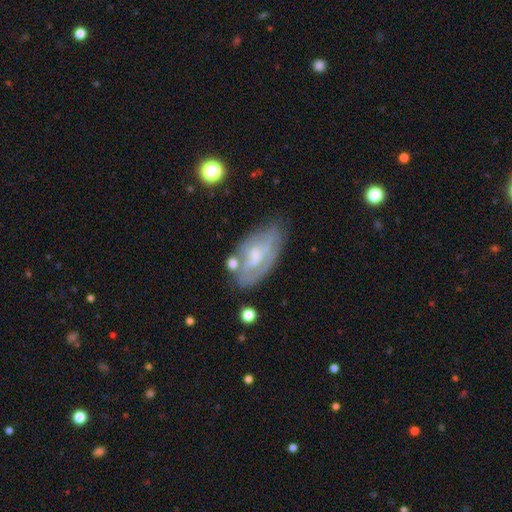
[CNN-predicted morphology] Smooth or featured?
  - featured or disk: 64% *
  - smooth: 28%
  - star or artifact: 8%
Edge-on disk?
  - no: 91% *
  - yes: 9%
Bar?
  - no: 58% *
  - weak: 35%
  - strong: 7%
Spiral arms?
  - yes: 61% *
  - no: 39%
Bulge size?
  - small: 39% *
  - moderate: 38%
  - none: 17%
  - large: 4%
  - dominant: 1%
Merging?
  - none: 56% *
  - minor disturbance: 26%
  - major disturbance: 11%
  - merger: 7%